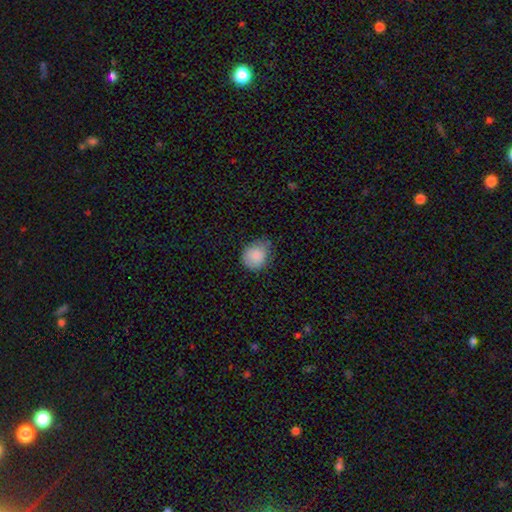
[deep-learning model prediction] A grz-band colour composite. It shows a smooth galaxy with no disk features (87%) that is round (72%). Merging: none (54%).